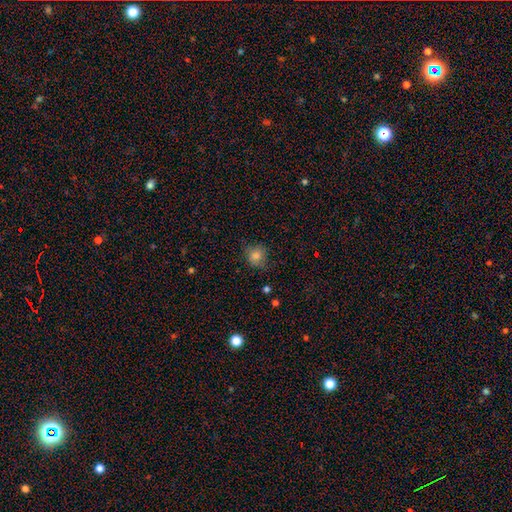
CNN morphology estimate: Overall: smooth (79%). How rounded: round (76%). Merging: none (69%).